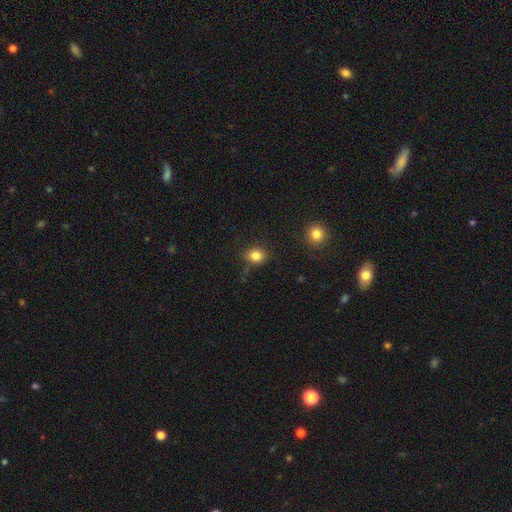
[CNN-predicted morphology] A smooth galaxy with no disk features (84%) that is round (66%).

Vote fractions:
- Smooth or featured? smooth: 84% / star or artifact: 12% / featured or disk: 5%
- How rounded? round: 66% / in between: 33% / cigar-shaped: 1%
- Merging? none: 83% / minor disturbance: 11% / major disturbance: 3% / merger: 3%